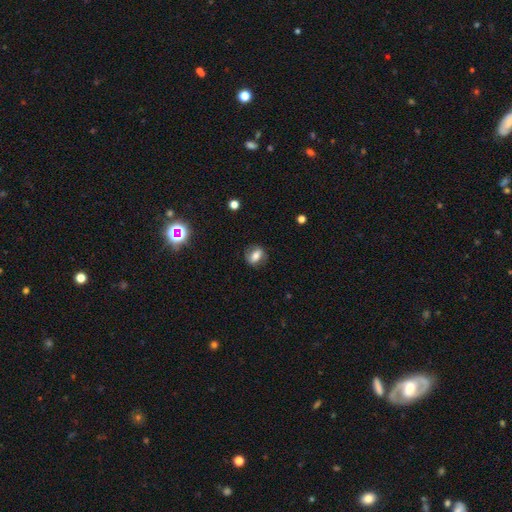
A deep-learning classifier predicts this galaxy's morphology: Smooth or featured? smooth (51%)
How rounded? in between (61%)
Merging? none (78%)